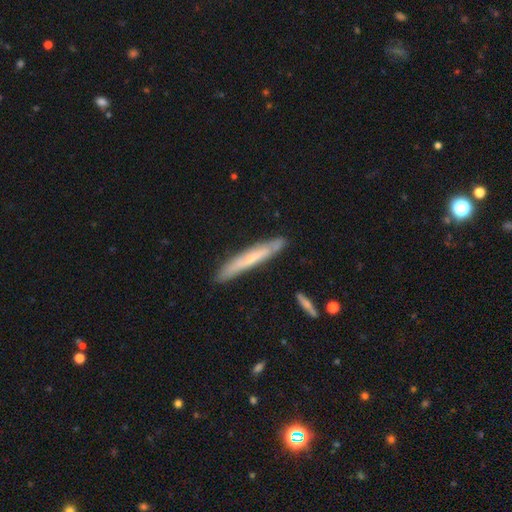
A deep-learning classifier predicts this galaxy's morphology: smooth-or-featured: featured or disk: 48% | smooth: 45% | star or artifact: 7%
  merging: none: 83% | minor disturbance: 13% | major disturbance: 2% | merger: 2%